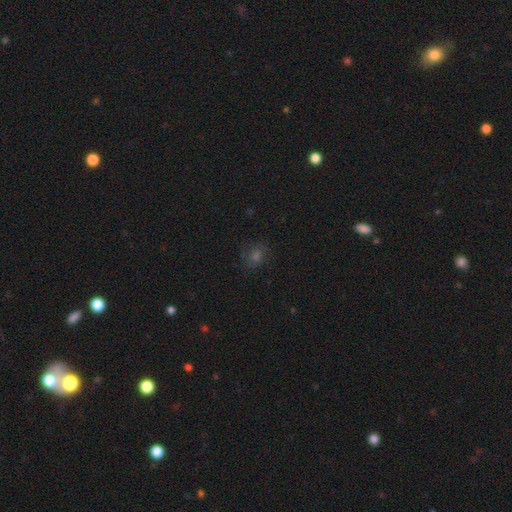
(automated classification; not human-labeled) This appears to be a smooth galaxy with no disk features (47%). Merging: none (78%).